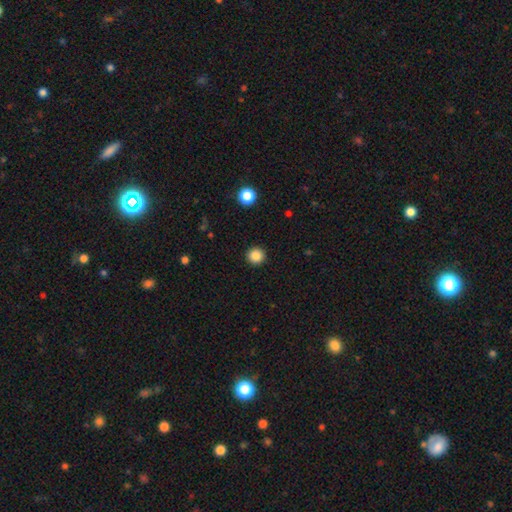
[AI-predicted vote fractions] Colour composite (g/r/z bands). It shows a smooth galaxy with no disk features (85%) that is round (95%). Merging: none (93%).